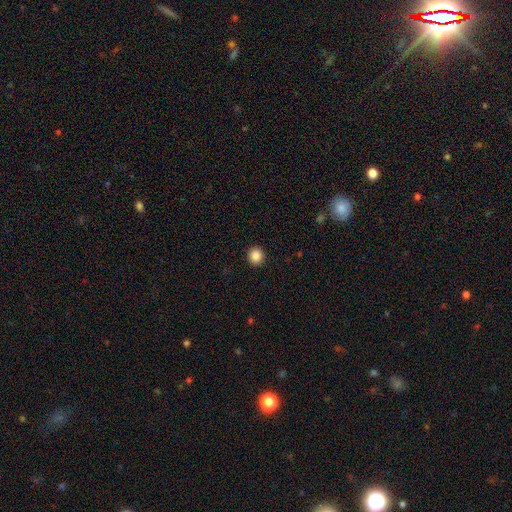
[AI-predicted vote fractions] The model was most divided on "smooth or featured": smooth: 86%, star or artifact: 10%, featured or disk: 4%. More confident: merging — none (93%); how rounded — round (91%).